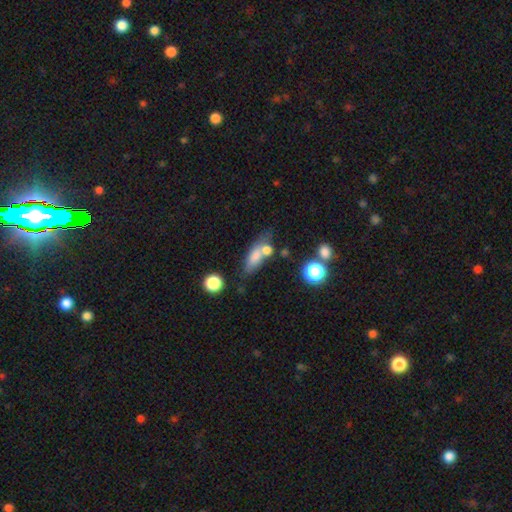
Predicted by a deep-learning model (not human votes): This appears to be a smooth galaxy with no disk features (71%) that is in between round and cigar-shaped (64%). Merging: none (44%).